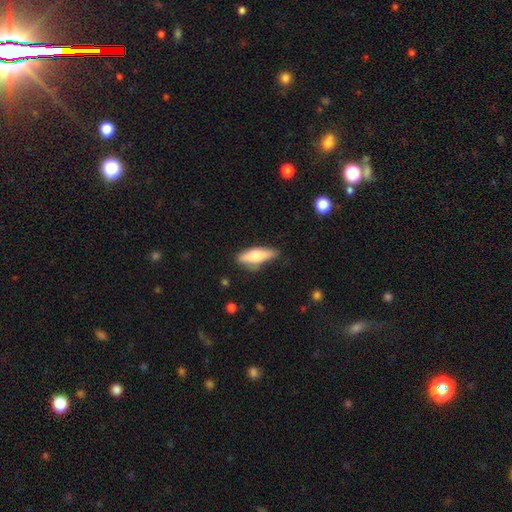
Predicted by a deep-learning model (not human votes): Smooth or featured? Predicted: smooth (p=0.61). How rounded? Predicted: in between (p=0.50). Merging? Predicted: none (p=0.75).